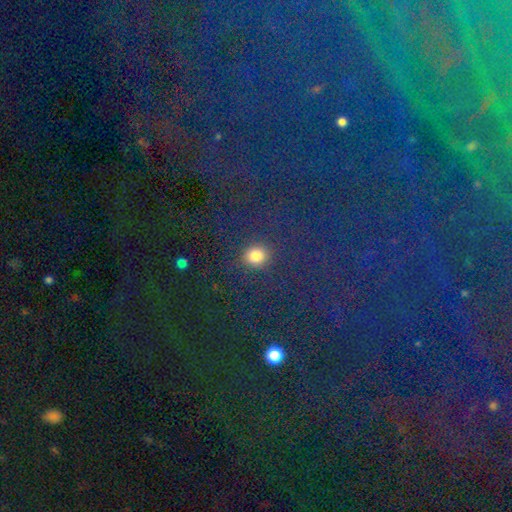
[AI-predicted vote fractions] Smooth or featured: smooth — 71% (star or artifact — 21%)
How rounded: round — 75% (in between — 22%)
Merging: none — 81% (minor disturbance — 10%)